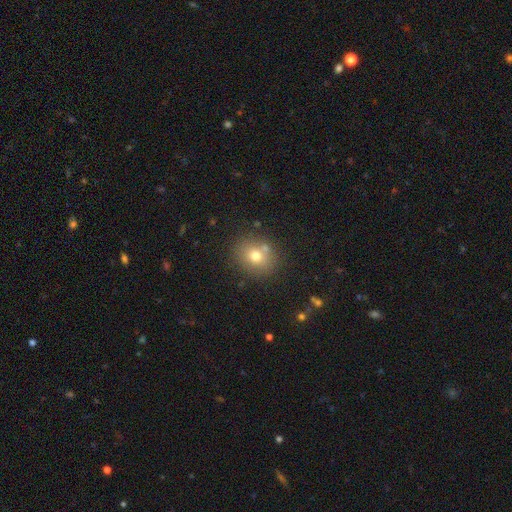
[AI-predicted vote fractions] Smooth or featured: smooth — 71% (featured or disk — 15%)
How rounded: round — 70% (in between — 29%)
Merging: none — 75% (minor disturbance — 11%)